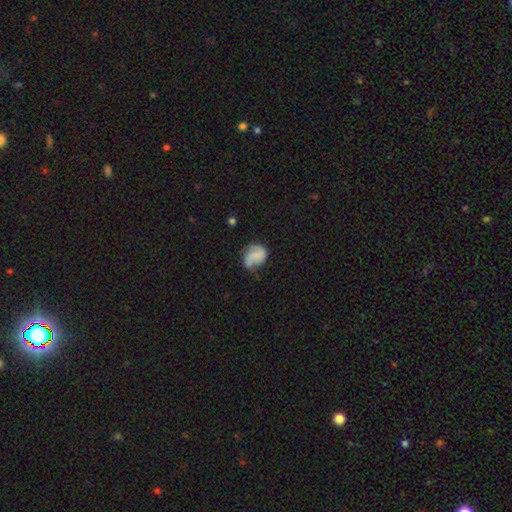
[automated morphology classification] A featured or disk galaxy (52%) with no bar (55%), spiral arms (87%) and no central bulge (63%).

Vote fractions:
- Smooth or featured? featured or disk: 52% / smooth: 39% / star or artifact: 9%
- Edge-on disk? no: 98% / yes: 2%
- Bar? no: 55% / weak: 32% / strong: 13%
- Spiral arms? yes: 87% / no: 13%
- Bulge size? none: 63% / small: 22% / moderate: 9% / large: 4% / dominant: 2%
- Merging? none: 49% / minor disturbance: 30% / major disturbance: 18% / merger: 3%